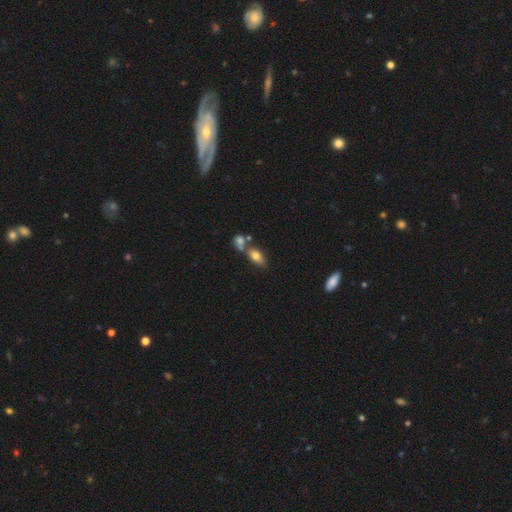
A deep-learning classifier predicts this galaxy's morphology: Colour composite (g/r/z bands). It shows a smooth galaxy with no disk features (74%) that is in between round and cigar-shaped (84%). Merging: none (45%).